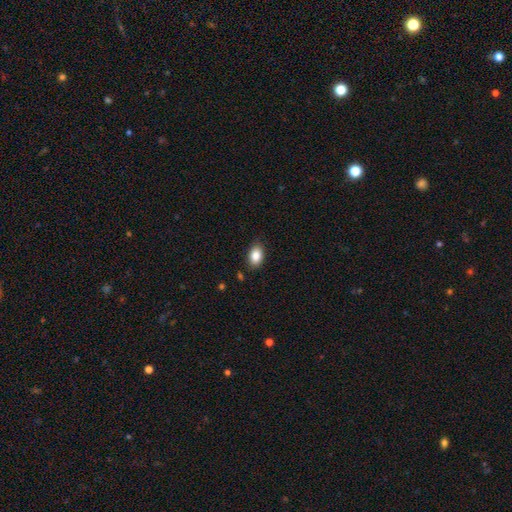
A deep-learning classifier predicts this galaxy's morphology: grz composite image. It shows a smooth galaxy with no disk features (85%) that is in between round and cigar-shaped (85%). Merging: none (84%).